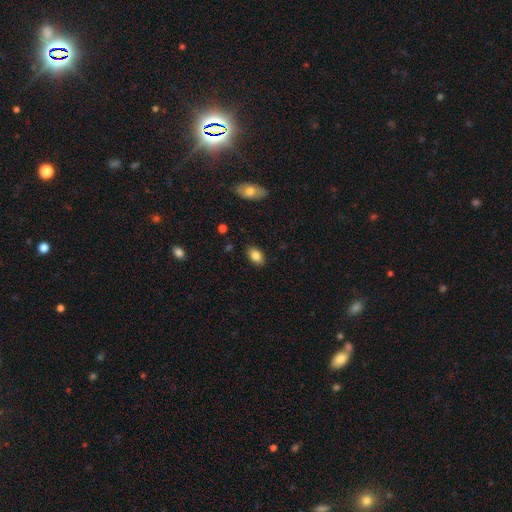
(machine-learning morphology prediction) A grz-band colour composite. It shows a smooth galaxy with no disk features (84%) that is in between round and cigar-shaped (88%). Merging: none (87%).